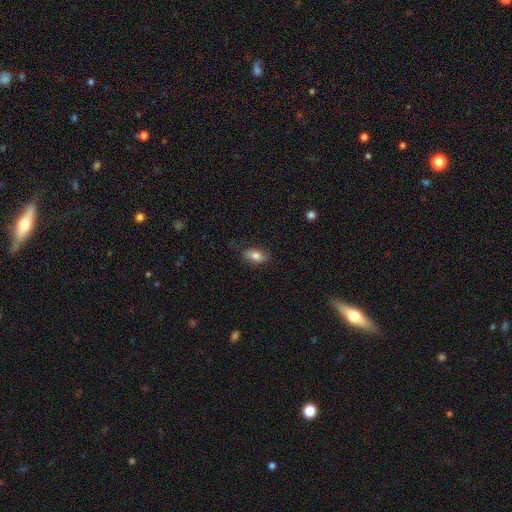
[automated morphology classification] Smooth or featured?
  - smooth: 77% *
  - featured or disk: 16%
  - star or artifact: 7%
How rounded?
  - in between: 88% *
  - cigar-shaped: 7%
  - round: 5%
Merging?
  - none: 79% *
  - minor disturbance: 16%
  - major disturbance: 4%
  - merger: 1%